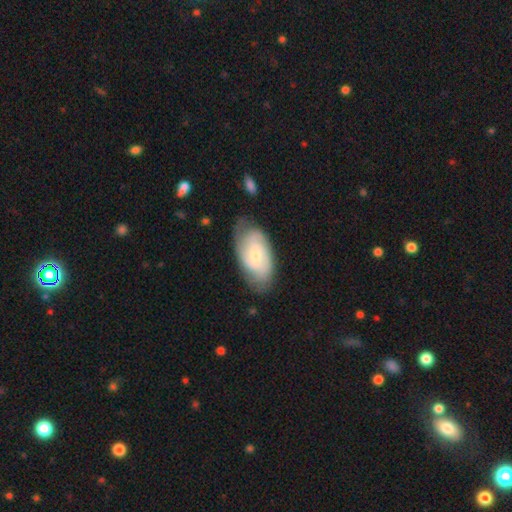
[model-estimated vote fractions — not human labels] This is likely a featured or disk galaxy (67%). It is clearly not viewed edge-on (96%). Bar: possibly no (54%). Spiral arm pattern: clearly yes (91%). Spiral arm count: possibly 2 (52%). Spiral winding: possibly tight (51%). Central bulge: likely small (64%). Merging: likely none (69%).